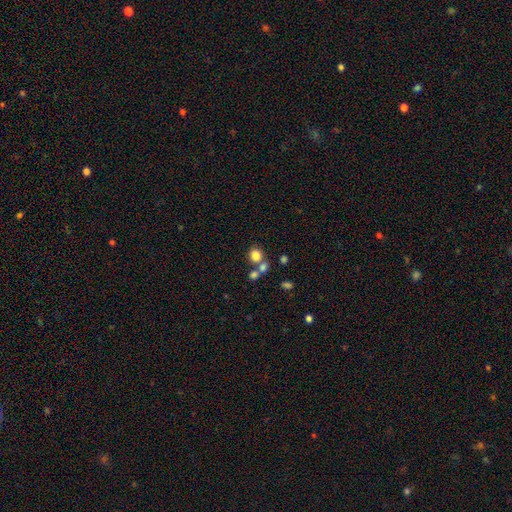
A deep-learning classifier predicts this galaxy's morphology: smooth-or-featured: smooth: 79% | star or artifact: 13% | featured or disk: 8%
  how-rounded: round: 82% | in between: 17% | cigar-shaped: 1%
  merging: none: 54% | merger: 34% | minor disturbance: 8% | major disturbance: 4%